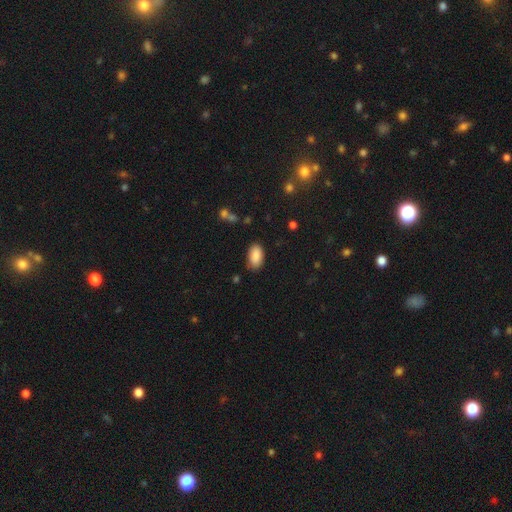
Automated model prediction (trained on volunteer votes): The model was most divided on "merging": none: 83%, minor disturbance: 13%, major disturbance: 3%, merger: 2%. More confident: how rounded — in between (94%); smooth or featured — smooth (88%).